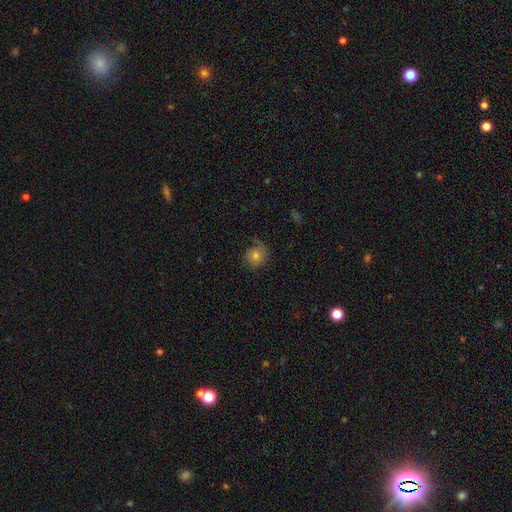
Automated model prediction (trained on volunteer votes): smooth_or_featured: smooth (p=0.61) [alt: featured or disk p=0.27]
how_rounded: round (p=0.82) [alt: in between p=0.17]
merging: none (p=0.60) [alt: minor disturbance p=0.23]